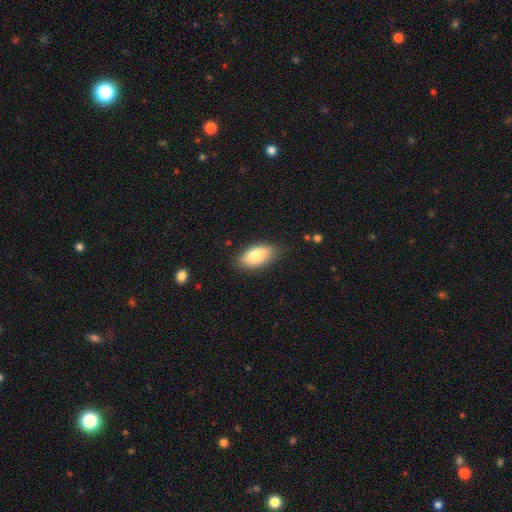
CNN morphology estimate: The model was most divided on "merging": none: 79%, minor disturbance: 16%, major disturbance: 3%, merger: 1%. More confident: how rounded — in between (92%); smooth or featured — smooth (81%).